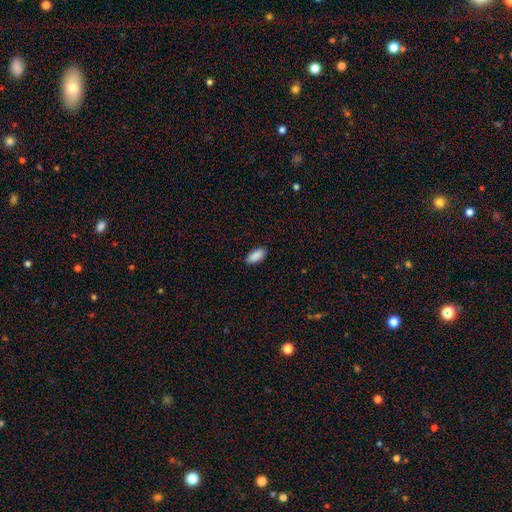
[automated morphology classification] A smooth galaxy with no disk features (90%) that is in between round and cigar-shaped (90%). Merging: none (87%).